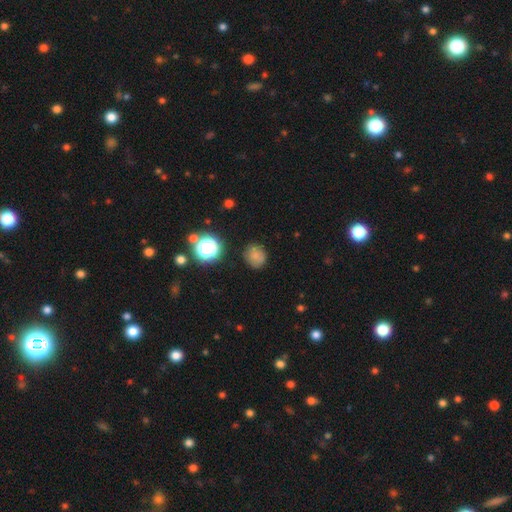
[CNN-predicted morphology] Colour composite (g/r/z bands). It shows a smooth galaxy with no disk features (74%) that is round (76%). Merging: none (78%).